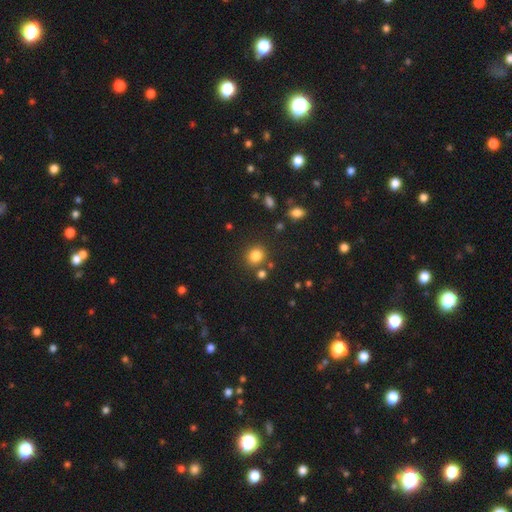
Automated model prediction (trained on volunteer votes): Smooth or featured? Predicted: smooth (p=0.83). How rounded? Predicted: round (p=0.77). Merging? Predicted: none (p=0.81).